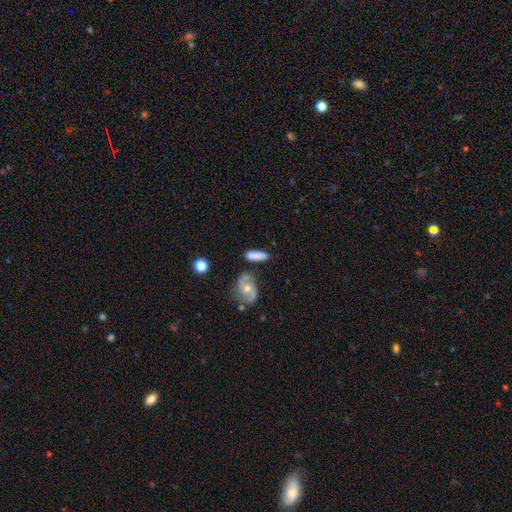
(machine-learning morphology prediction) Overall: smooth (69%). How rounded: in between (53%; cigar-shaped 42%). Merging: none (65%).